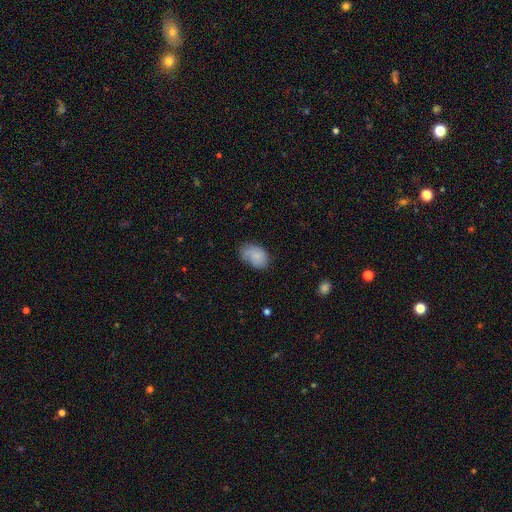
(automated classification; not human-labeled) A smooth galaxy with no disk features (81%) that is in between round and cigar-shaped (85%). Merging: none (55%).